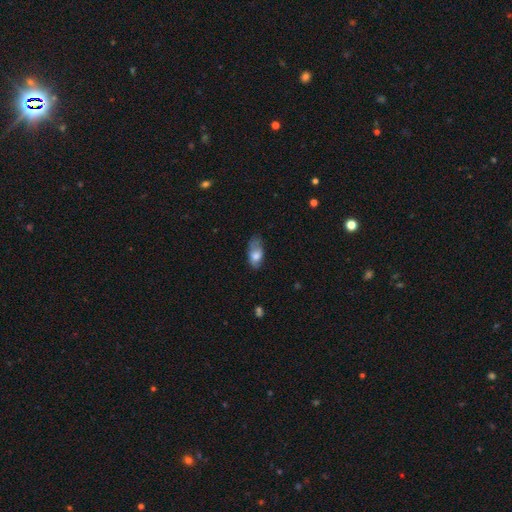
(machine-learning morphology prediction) Smooth or featured: smooth — 73% (featured or disk — 20%)
How rounded: in between — 89% (round — 6%)
Merging: none — 42% (minor disturbance — 38%)